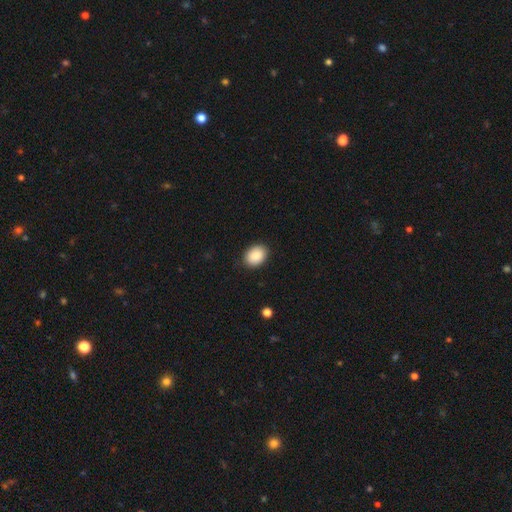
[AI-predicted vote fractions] Smooth or featured? Predicted: smooth (p=0.88). How rounded? Predicted: in between (p=0.70). Merging? Predicted: none (p=0.87).